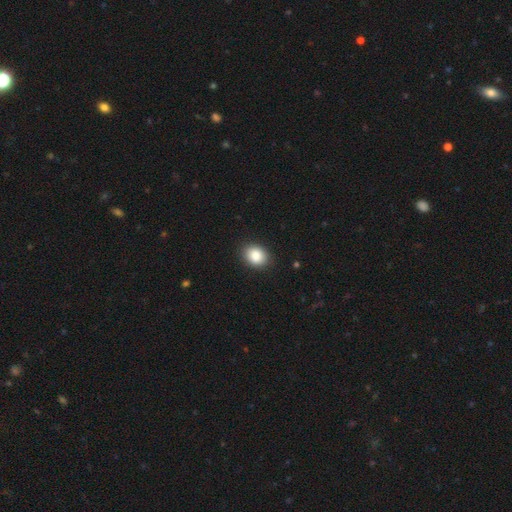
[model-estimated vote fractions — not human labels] Q: Smooth or featured?
A: smooth (87%); runner-up: star or artifact (8%)
Q: How rounded?
A: in between (57%); runner-up: round (42%)
Q: Merging?
A: none (89%); runner-up: minor disturbance (8%)